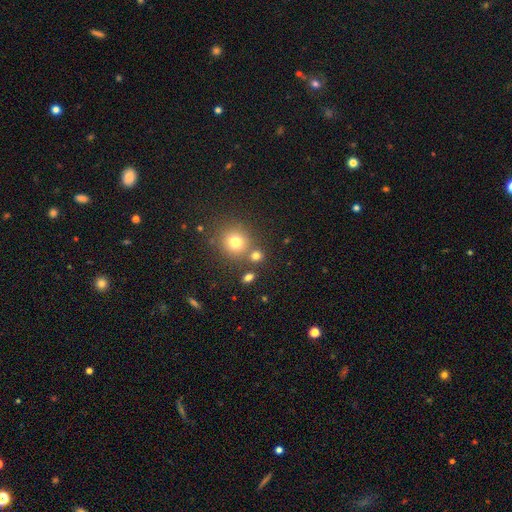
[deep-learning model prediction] Morphology: type=smooth (74%); roundness=round (81%); merging=none (71%).